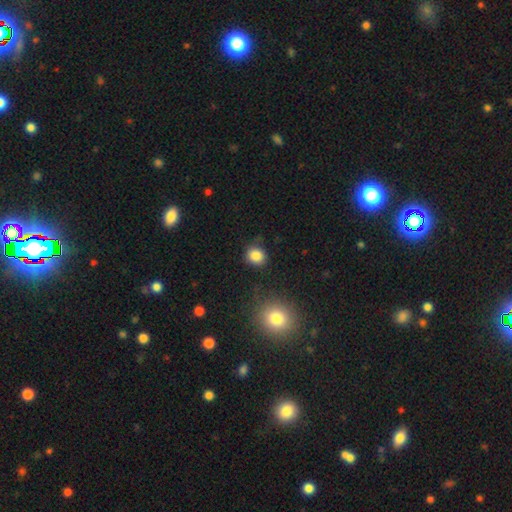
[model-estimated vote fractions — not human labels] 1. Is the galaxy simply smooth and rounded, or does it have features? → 85% smooth, 11% star or artifact, 4% featured or disk.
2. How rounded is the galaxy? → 79% round, 20% in between, 1% cigar-shaped.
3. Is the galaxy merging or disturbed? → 82% none, 13% minor disturbance, 3% major disturbance, 2% merger.